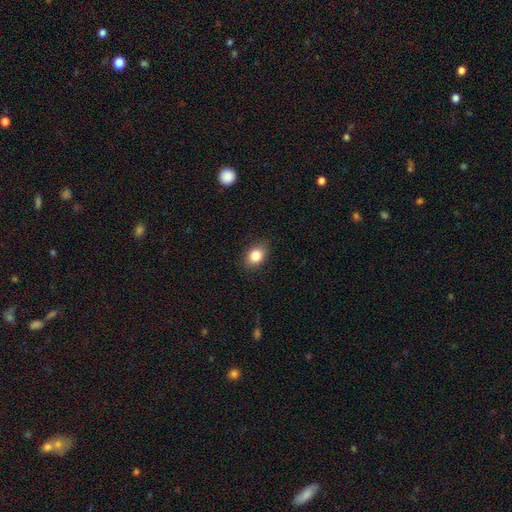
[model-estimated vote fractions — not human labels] Smooth or featured: smooth — 84% (star or artifact — 9%)
How rounded: in between — 70% (round — 29%)
Merging: none — 86% (minor disturbance — 10%)